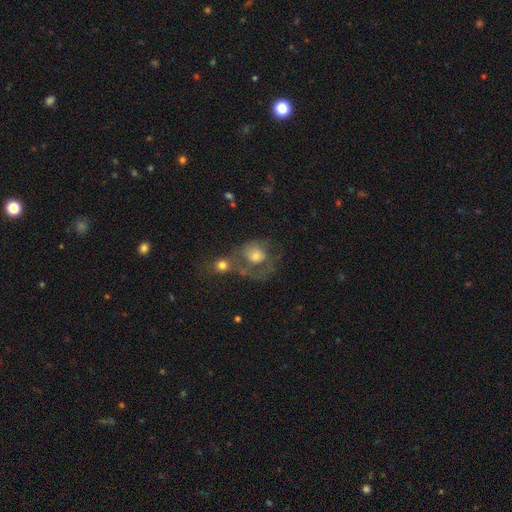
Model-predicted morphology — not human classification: Overall: smooth (48%; featured or disk 42%). Merging: merger (39%; major disturbance 25%).